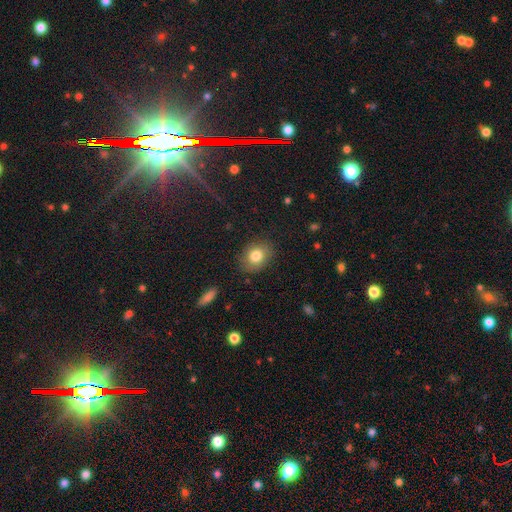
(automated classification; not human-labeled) This appears to be a smooth galaxy with no disk features (80%) that is round (51%). Merging: none (81%).